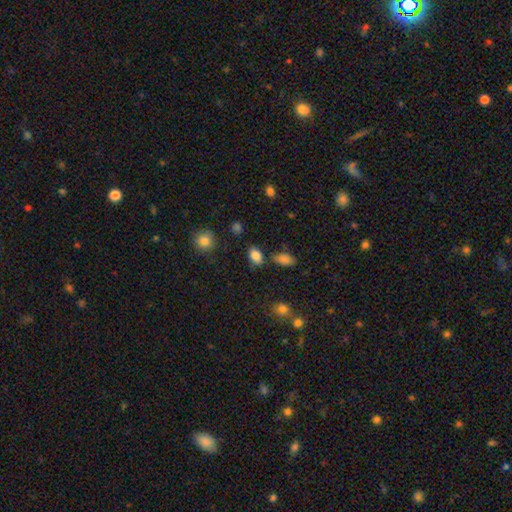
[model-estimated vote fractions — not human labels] Morphology: type=smooth (83%); roundness=in between (86%); merging=none (75%).